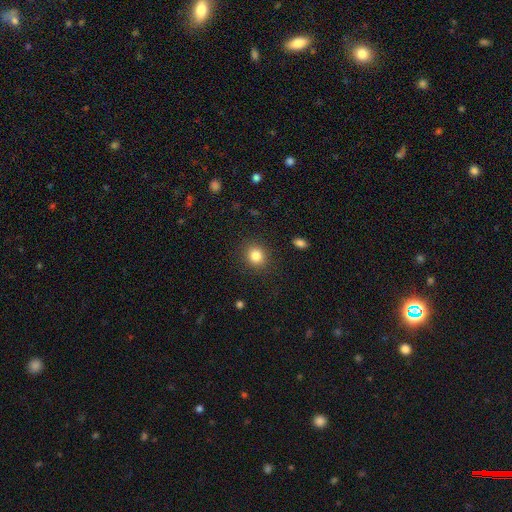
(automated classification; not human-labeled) Smooth or featured? Predicted: smooth (p=0.83). How rounded? Predicted: round (p=0.79). Merging? Predicted: none (p=0.89).